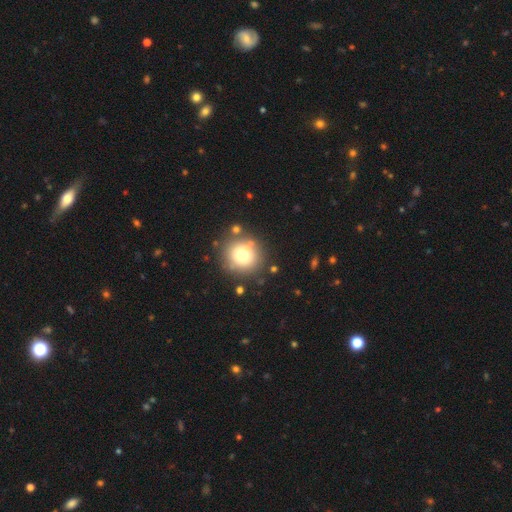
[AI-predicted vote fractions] This is likely a smooth galaxy (67%). How rounded: clearly round (93%). Merging: clearly none (83%).